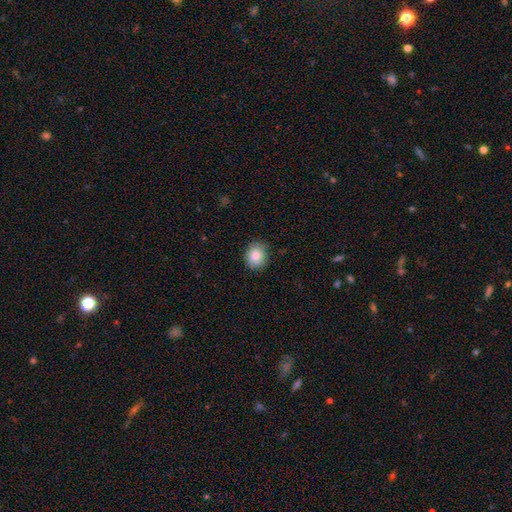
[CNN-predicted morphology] smooth 84%, star or artifact 8%, featured or disk 7%. Down the decision tree: how rounded — round (69%); merging — none (85%).